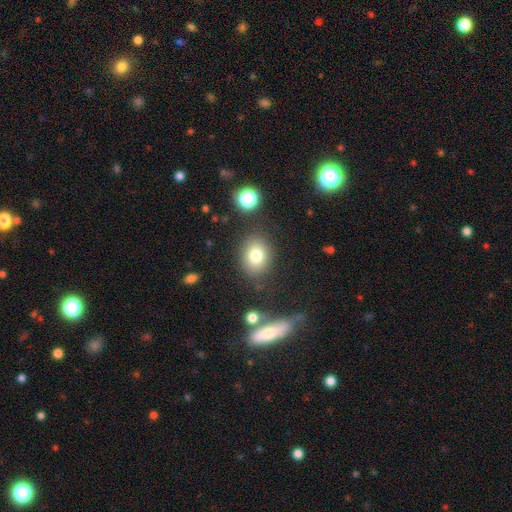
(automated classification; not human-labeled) The model was most divided on "how rounded": in between: 49%, round: 48%, cigar-shaped: 3%. More confident: merging — none (81%); smooth or featured — smooth (70%).